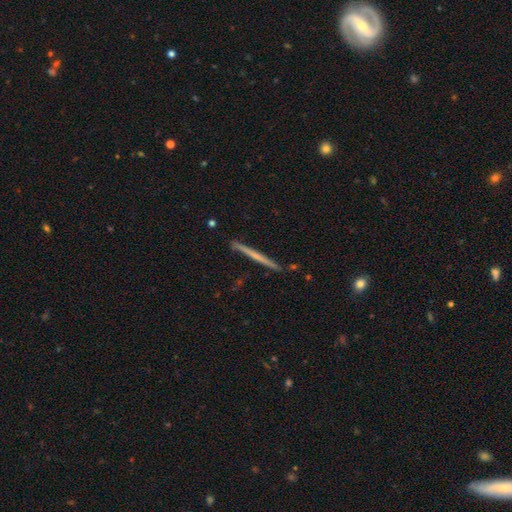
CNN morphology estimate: type=featured or disk (57%); edge-on=yes (98%); edge-on bulge=none (84%); merging=none (90%).